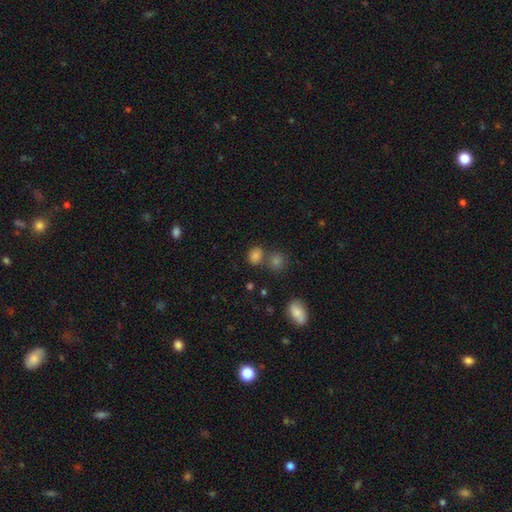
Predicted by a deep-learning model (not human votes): Smooth or featured?
  - smooth: 80% *
  - star or artifact: 14%
  - featured or disk: 6%
How rounded?
  - round: 57% *
  - in between: 42%
  - cigar-shaped: 1%
Merging?
  - none: 63% *
  - merger: 23%
  - minor disturbance: 11%
  - major disturbance: 4%